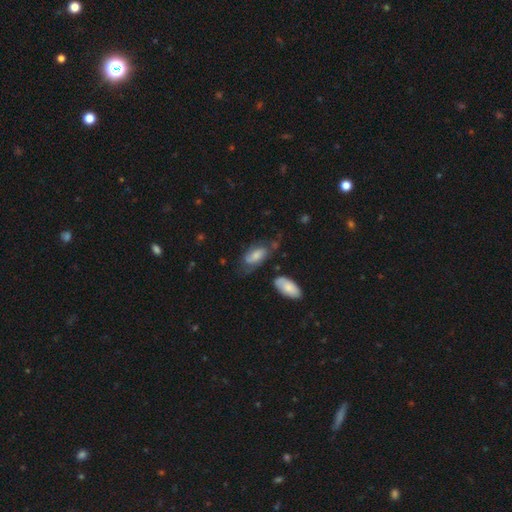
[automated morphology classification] Q: Smooth or featured?
A: smooth (51%); runner-up: featured or disk (41%)
Q: How rounded?
A: in between (89%); runner-up: cigar-shaped (7%)
Q: Merging?
A: none (49%); runner-up: minor disturbance (29%)